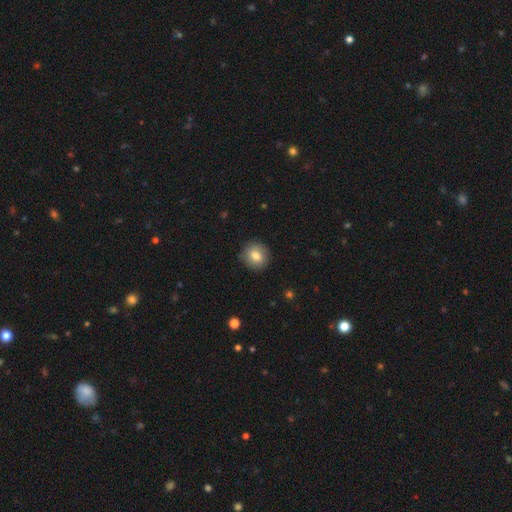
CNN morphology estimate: Q: Smooth or featured?
A: smooth (78%); runner-up: featured or disk (13%)
Q: How rounded?
A: round (88%); runner-up: in between (11%)
Q: Merging?
A: none (89%); runner-up: minor disturbance (8%)